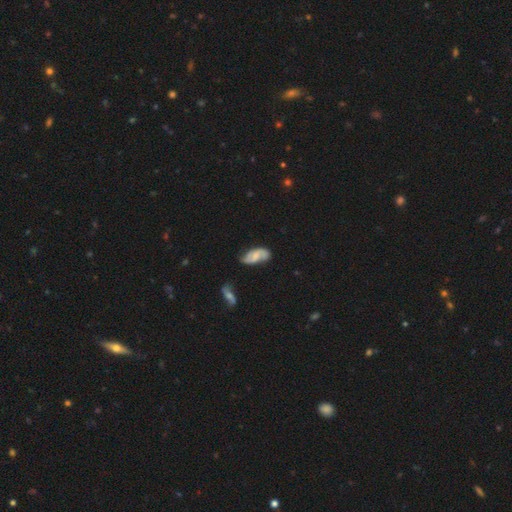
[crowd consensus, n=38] Morphology: type=featured or disk (58%); edge-on=no (100%); bar=weak (68%); spiral arms=yes (100%); winding=medium (59%); arm count=2 (82%); bulge=moderate (50%); merging=none (64%).